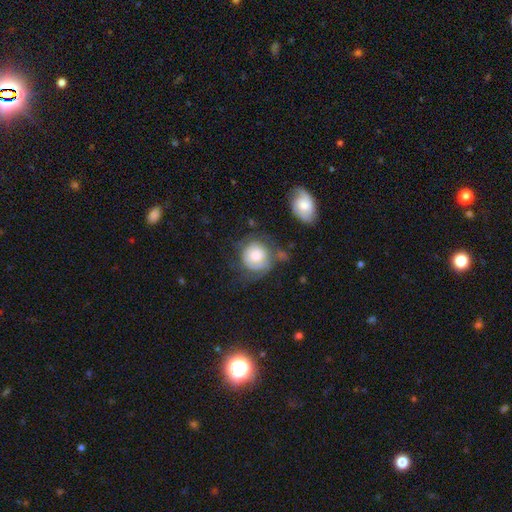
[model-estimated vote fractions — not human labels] Smooth or featured: smooth — 59% (featured or disk — 33%)
How rounded: round — 86% (in between — 13%)
Merging: none — 47% (minor disturbance — 25%)